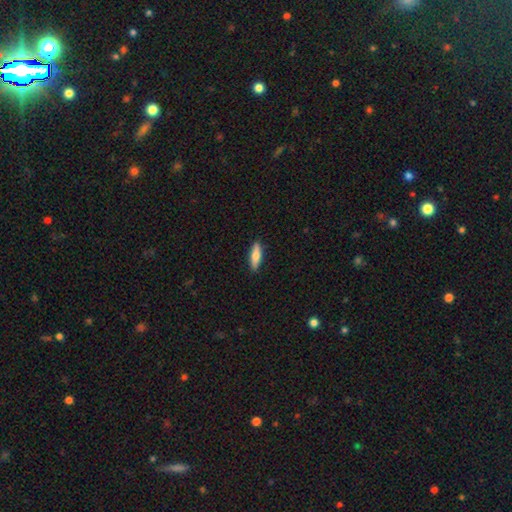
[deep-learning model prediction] The model was most divided on "how rounded": cigar-shaped: 57%, in between: 41%, round: 2%. More confident: merging — none (89%); smooth or featured — smooth (69%).